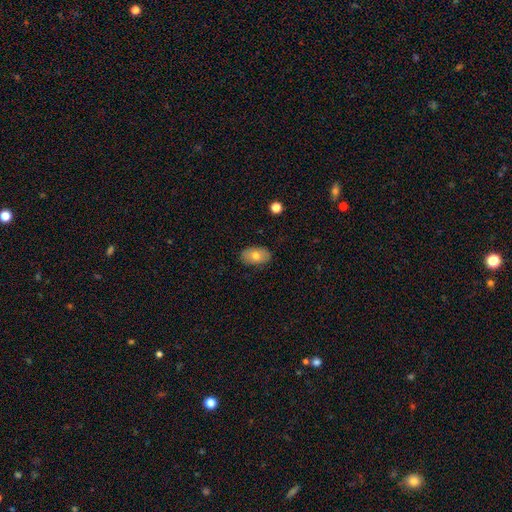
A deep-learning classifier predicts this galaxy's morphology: Smooth or featured? smooth (72%)
How rounded? in between (91%)
Merging? none (86%)